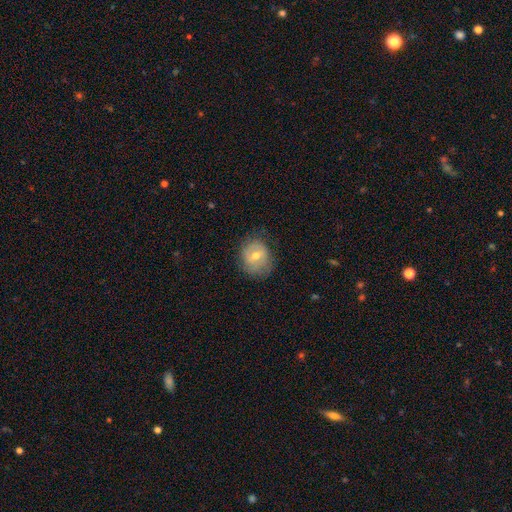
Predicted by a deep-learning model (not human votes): The model was most divided on "smooth or featured": smooth: 46%, featured or disk: 45%, star or artifact: 9%. More confident: merging — none (73%).